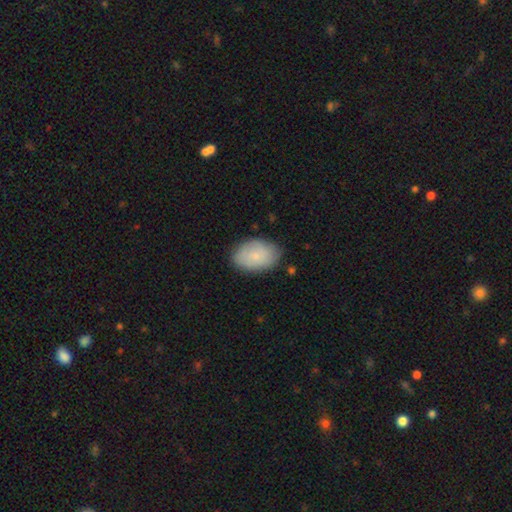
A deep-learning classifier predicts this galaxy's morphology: Smooth or featured? smooth (80%)
How rounded? in between (88%)
Merging? none (81%)